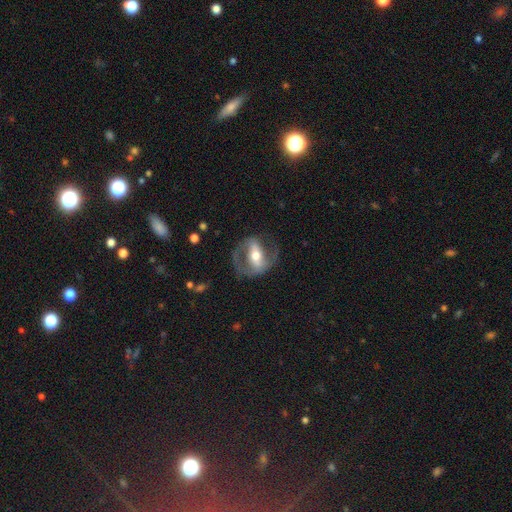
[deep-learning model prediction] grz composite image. It shows a featured or disk galaxy (79%) with a strong bar (58%), 2 (84%) medium (50%) spiral arms (74%) and a moderate central bulge (70%). Merging: none (67%).